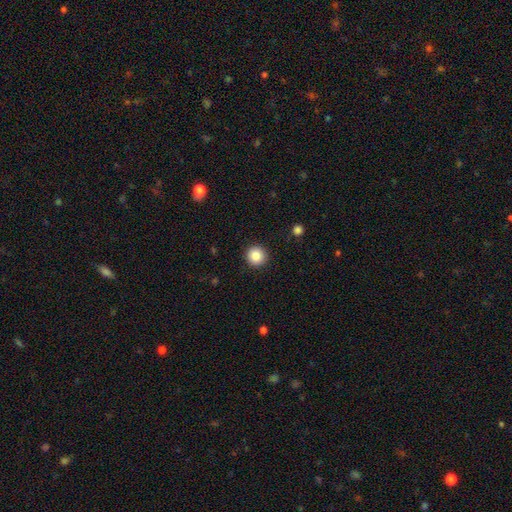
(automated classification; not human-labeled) Overall: smooth (86%). How rounded: round (95%). Merging: none (92%).